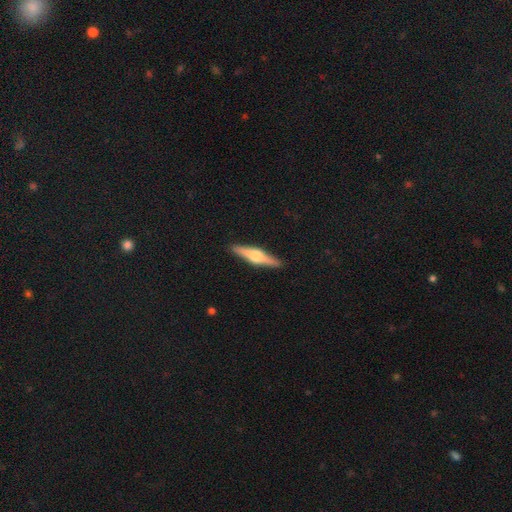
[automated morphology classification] This appears to be a featured or disk galaxy (69%) viewed edge-on (97%) with a rounded central bulge (93%). Merging: none (91%).